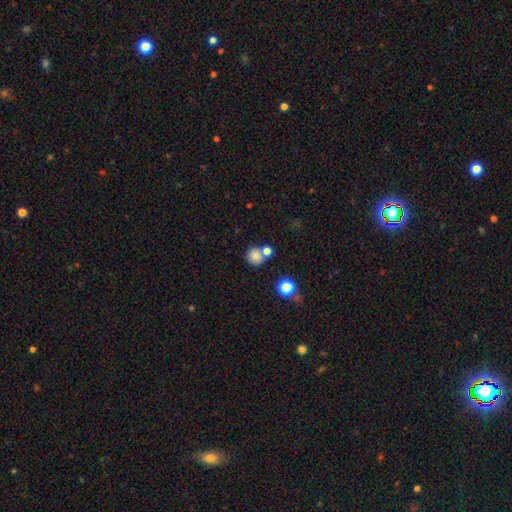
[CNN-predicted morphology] The model was most divided on "merging": none: 59%, merger: 26%, minor disturbance: 10%, major disturbance: 4%. More confident: how rounded — round (88%); smooth or featured — smooth (81%).